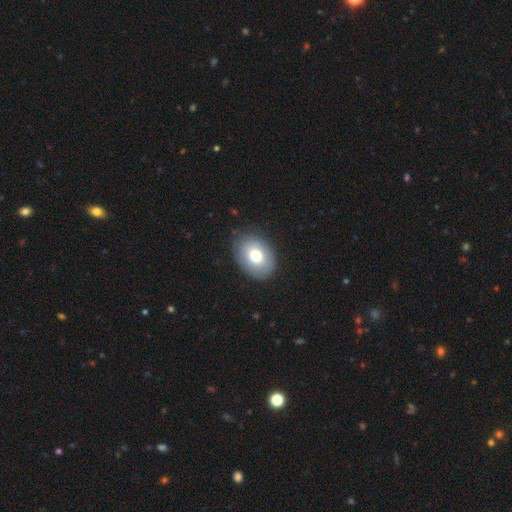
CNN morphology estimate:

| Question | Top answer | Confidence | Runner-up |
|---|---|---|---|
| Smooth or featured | smooth | 74% | featured or disk (17%) |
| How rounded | in between | 71% | round (28%) |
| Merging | none | 83% | minor disturbance (13%) |